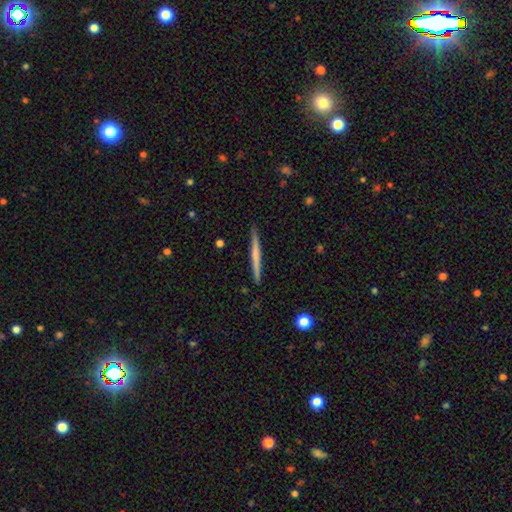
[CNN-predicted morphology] smooth_or_featured: smooth (p=0.51) [alt: featured or disk p=0.43]
how_rounded: cigar-shaped (p=0.97) [alt: in between p=0.02]
merging: none (p=0.91) [alt: minor disturbance p=0.06]